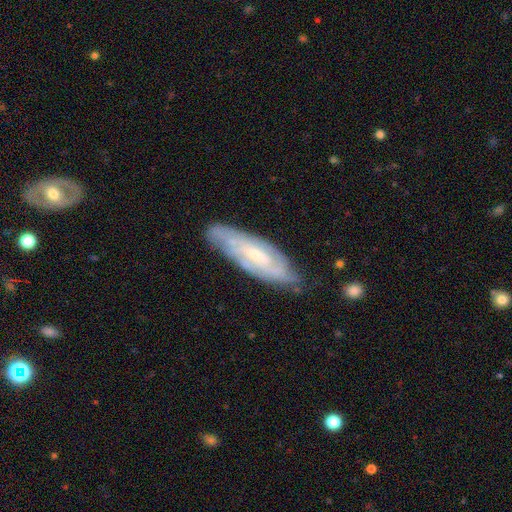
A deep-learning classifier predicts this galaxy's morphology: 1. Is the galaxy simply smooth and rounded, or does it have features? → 72% featured or disk, 21% smooth, 6% star or artifact.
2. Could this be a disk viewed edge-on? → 79% no, 21% yes.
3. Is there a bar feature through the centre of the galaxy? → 44% no, 43% weak, 12% strong.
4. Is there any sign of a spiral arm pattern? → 88% yes, 12% no.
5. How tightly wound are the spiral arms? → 60% tight, 32% medium, 8% loose.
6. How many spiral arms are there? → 49% can't tell, 26% 2, 12% 3, 6% 4, 3% 1, 3% more than 4.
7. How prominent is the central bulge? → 58% small, 33% moderate, 5% none, 2% large, 1% dominant.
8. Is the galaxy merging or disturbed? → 73% none, 21% minor disturbance, 5% major disturbance, 2% merger.